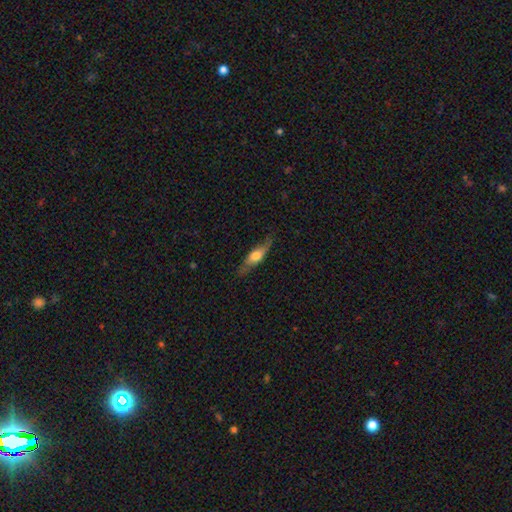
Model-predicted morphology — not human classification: smooth 50%, featured or disk 44%, star or artifact 6%. Down the decision tree: how rounded — cigar-shaped (54%); merging — none (72%).